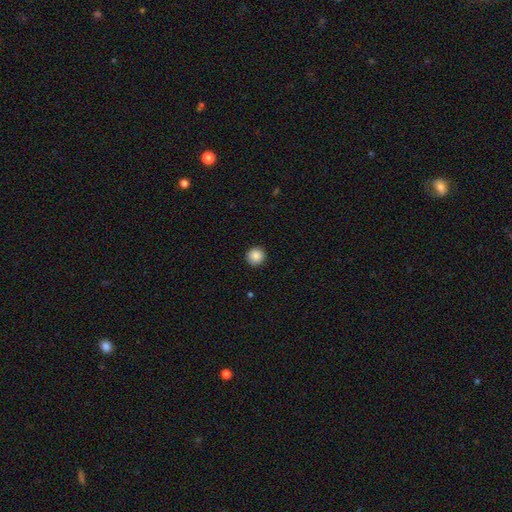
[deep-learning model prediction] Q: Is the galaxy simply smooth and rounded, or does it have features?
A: smooth — 88%.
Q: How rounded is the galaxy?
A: round — 94%.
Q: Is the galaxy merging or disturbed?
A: none — 92%.